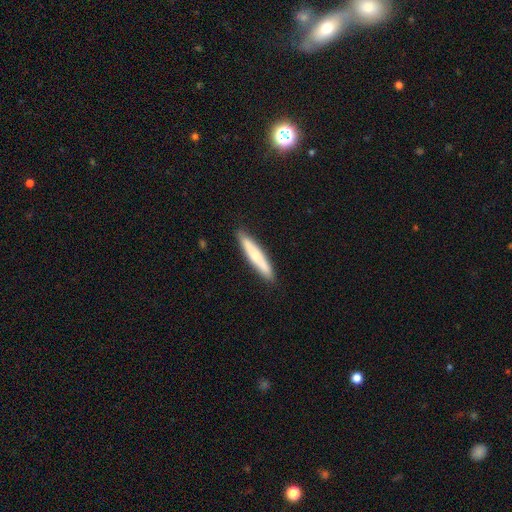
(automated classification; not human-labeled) This appears to be a smooth galaxy with no disk features (63%) that is cigar-shaped (91%). Merging: none (89%).